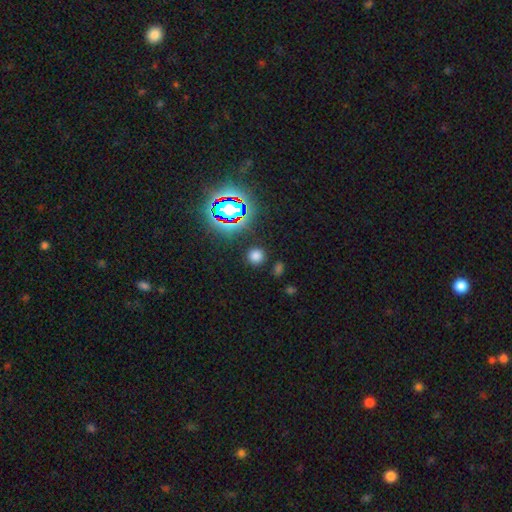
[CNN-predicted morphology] Overall: smooth (69%). How rounded: round (91%). Merging: none (87%).